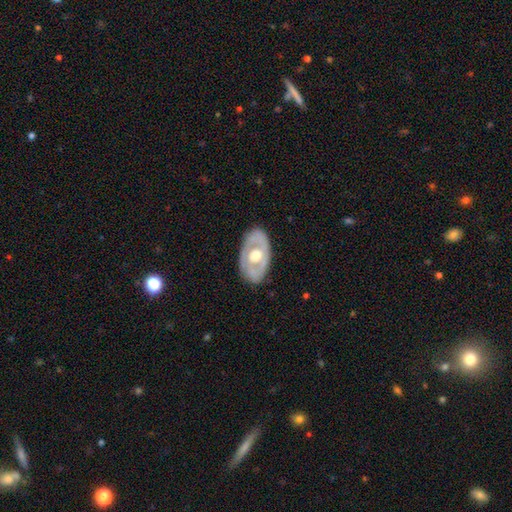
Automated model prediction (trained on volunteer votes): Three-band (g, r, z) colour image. It shows a featured or disk galaxy (62%) with no bar (85%), no spiral arms (81%) and a moderate central bulge (64%). Merging: none (78%).